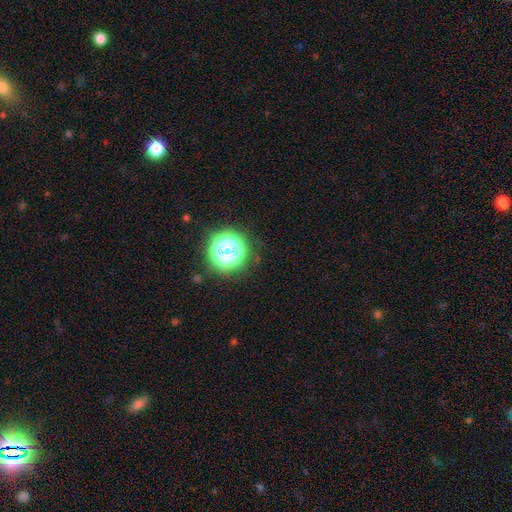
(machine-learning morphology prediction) This appears to be a star or artifact, not a galaxy (78%).